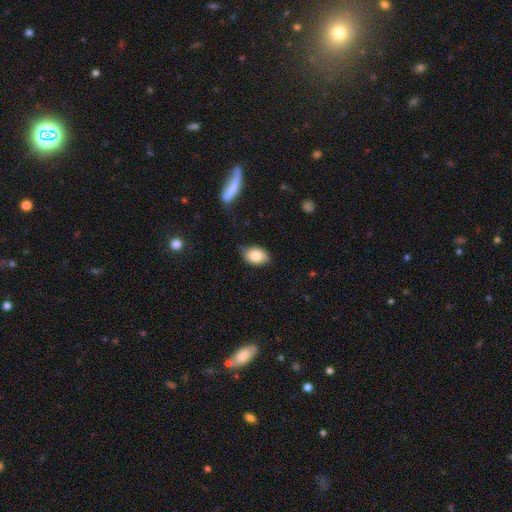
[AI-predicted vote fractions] smooth-or-featured: smooth: 84% | featured or disk: 9% | star or artifact: 7%
  how-rounded: in between: 85% | round: 14% | cigar-shaped: 1%
  merging: none: 74% | minor disturbance: 21% | major disturbance: 4% | merger: 2%